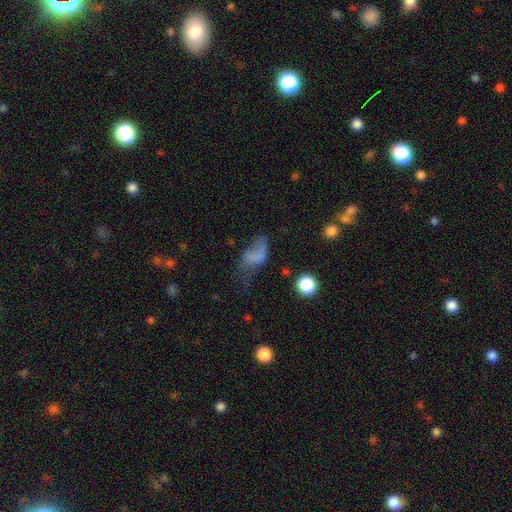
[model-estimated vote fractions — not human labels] This is possibly a smooth galaxy (59%). How rounded: clearly in between (84%). Merging: marginally major disturbance (40%).